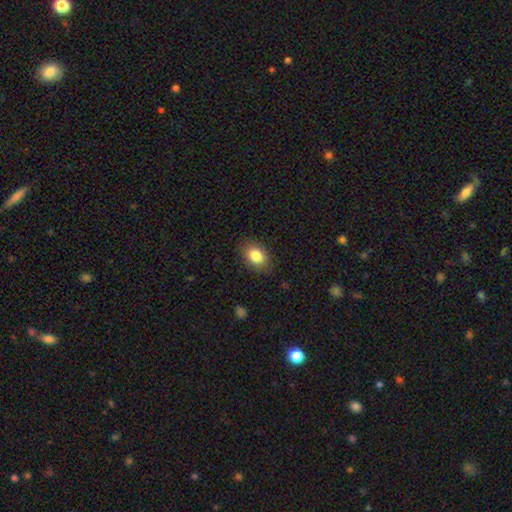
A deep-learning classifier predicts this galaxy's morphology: A smooth galaxy with no disk features (84%) that is in between round and cigar-shaped (79%).

Vote fractions:
- Smooth or featured? smooth: 84% / star or artifact: 8% / featured or disk: 8%
- How rounded? in between: 79% / round: 20% / cigar-shaped: 1%
- Merging? none: 84% / minor disturbance: 12% / major disturbance: 3% / merger: 1%